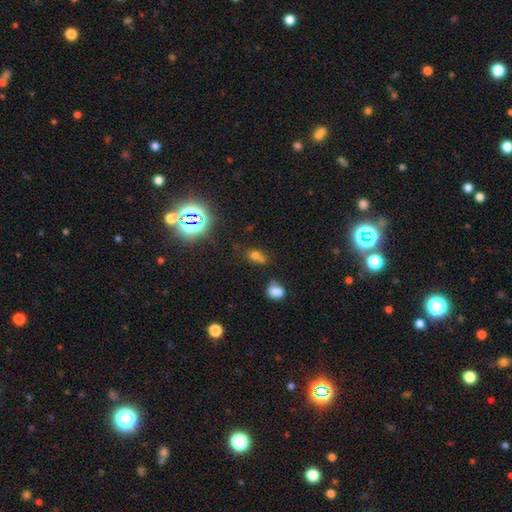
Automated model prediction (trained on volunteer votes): This appears to be a smooth galaxy with no disk features (62%) that is round (49%). Merging: none (42%).